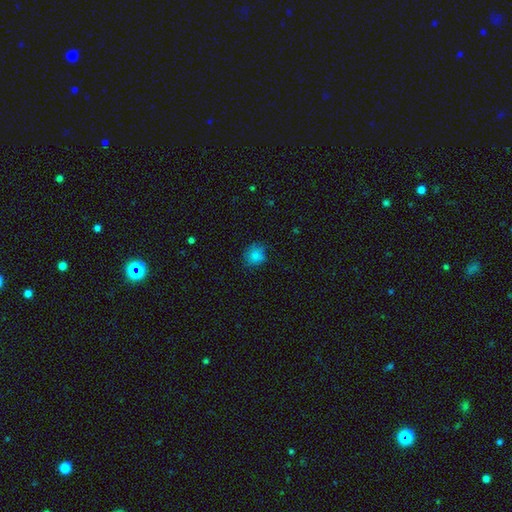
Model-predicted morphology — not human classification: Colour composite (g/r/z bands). It shows a smooth galaxy with no disk features (83%) that is round (78%). Merging: none (74%).